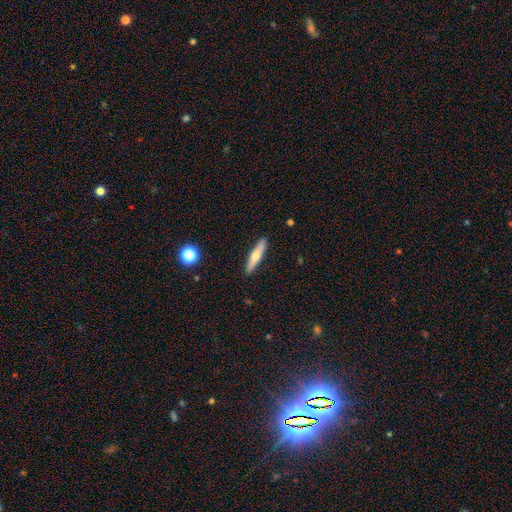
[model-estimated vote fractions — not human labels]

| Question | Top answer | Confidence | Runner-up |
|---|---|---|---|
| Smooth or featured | smooth | 53% | featured or disk (41%) |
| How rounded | cigar-shaped | 84% | in between (14%) |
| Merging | none | 90% | minor disturbance (7%) |